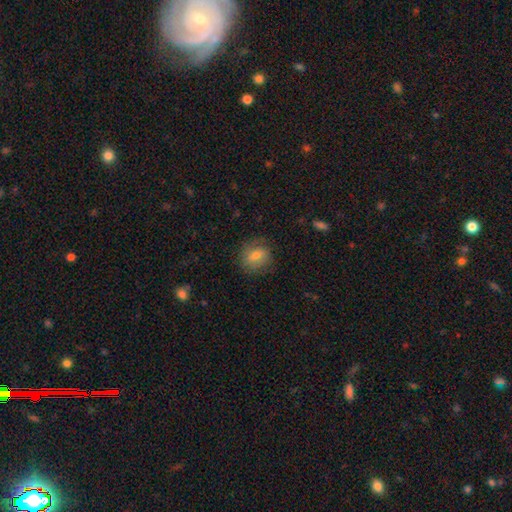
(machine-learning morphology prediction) Overall: smooth (68%). How rounded: round (69%; in between 29%). Merging: none (77%).